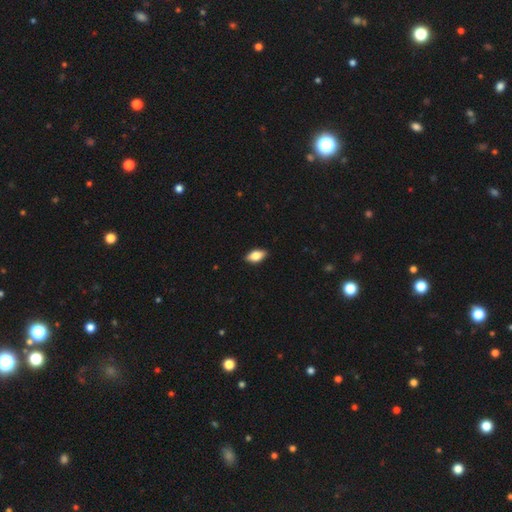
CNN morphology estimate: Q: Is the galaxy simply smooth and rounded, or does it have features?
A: smooth — 78%.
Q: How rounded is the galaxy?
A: in between — 90%.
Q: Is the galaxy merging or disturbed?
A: none — 88%.